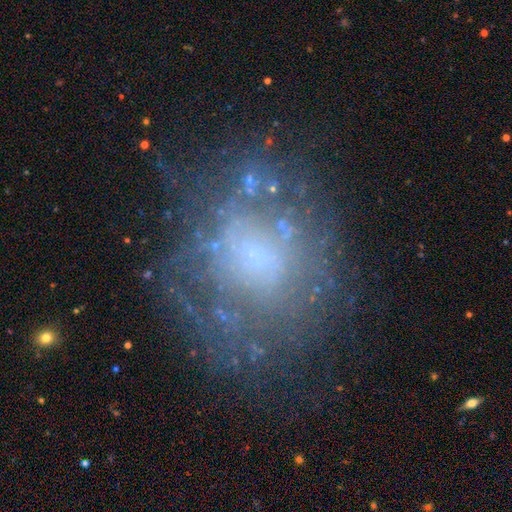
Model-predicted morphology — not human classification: This is possibly a featured or disk galaxy (54%). It is clearly not viewed edge-on (97%). Bar: likely no (80%). Spiral arm pattern: likely no (62%). Central bulge: possibly small (46%). Merging: likely none (60%).